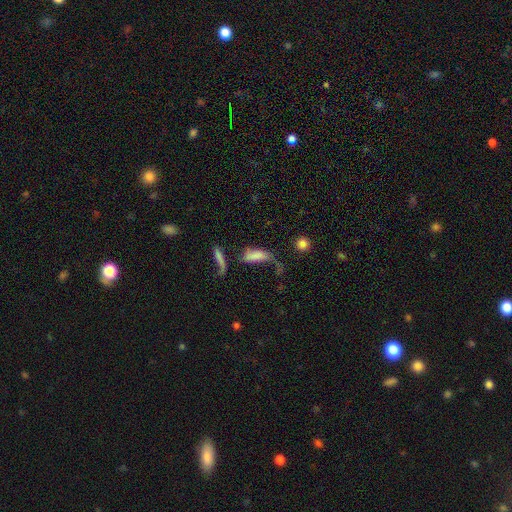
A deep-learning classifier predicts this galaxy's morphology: A smooth galaxy with no disk features (65%) that is in between round and cigar-shaped (63%). Merging: major disturbance (33%).